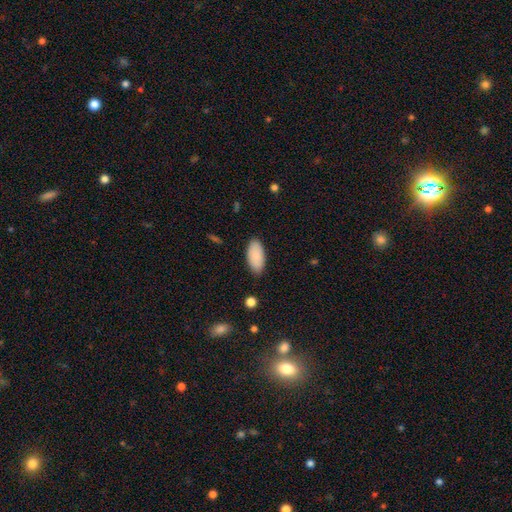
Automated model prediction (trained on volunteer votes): Smooth or featured?
  - smooth: 88% *
  - star or artifact: 6%
  - featured or disk: 6%
How rounded?
  - in between: 94% *
  - cigar-shaped: 5%
  - round: 2%
Merging?
  - none: 84% *
  - minor disturbance: 12%
  - major disturbance: 2%
  - merger: 1%